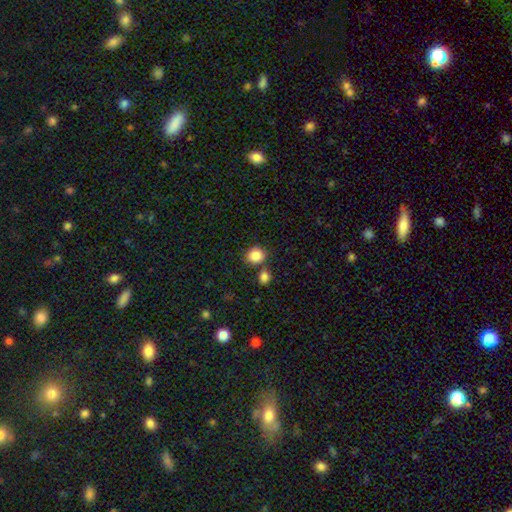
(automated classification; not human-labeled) The model was most divided on "merging": none: 71%, merger: 17%, minor disturbance: 9%, major disturbance: 3%. More confident: smooth or featured — smooth (86%); how rounded — round (82%).